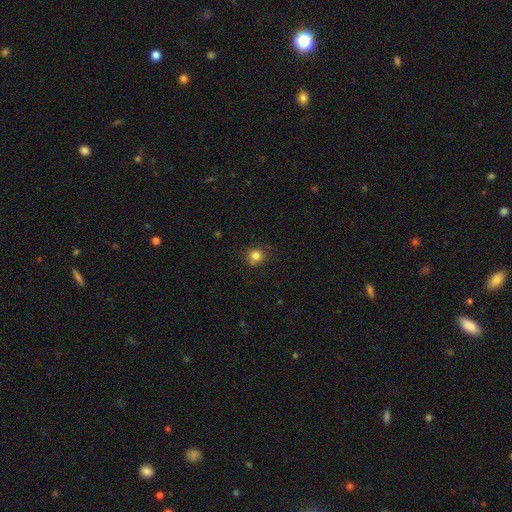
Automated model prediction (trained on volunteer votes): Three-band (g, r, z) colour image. It shows a smooth galaxy with no disk features (82%) that is round (88%). Merging: none (80%).